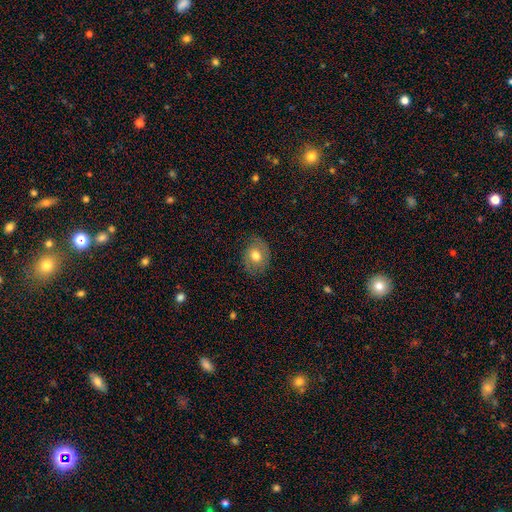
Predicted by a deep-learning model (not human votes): smooth_or_featured: smooth (p=0.66) [alt: featured or disk p=0.25]
how_rounded: round (p=0.50) [alt: in between p=0.49]
merging: none (p=0.79) [alt: minor disturbance p=0.15]